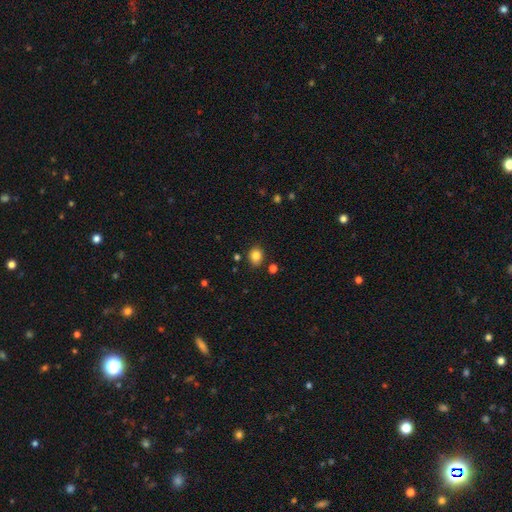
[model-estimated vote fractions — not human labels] Q: Smooth or featured?
A: smooth (83%); runner-up: star or artifact (11%)
Q: How rounded?
A: round (52%); runner-up: in between (47%)
Q: Merging?
A: none (82%); runner-up: minor disturbance (12%)